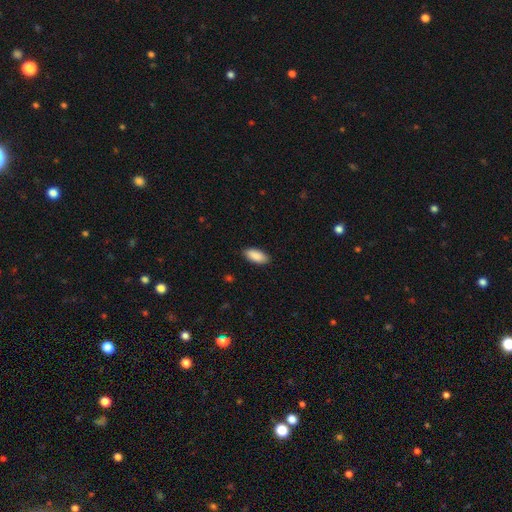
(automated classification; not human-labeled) This is clearly a smooth galaxy (90%). How rounded: clearly in between (89%). Merging: clearly none (89%).